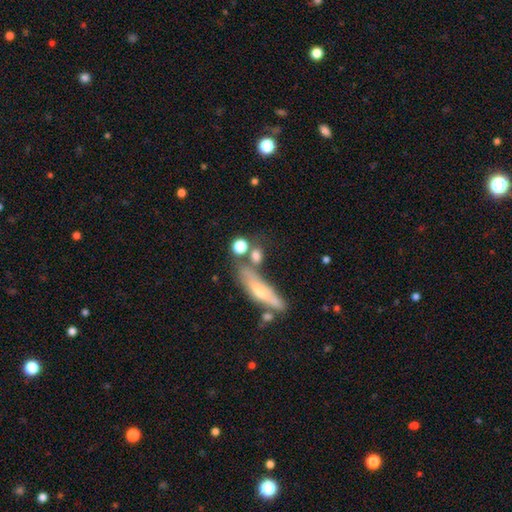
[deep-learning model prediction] A smooth galaxy with no disk features (70%) that is round (55%).

Vote fractions:
- Smooth or featured? smooth: 70% / featured or disk: 19% / star or artifact: 11%
- How rounded? round: 55% / in between: 26% / cigar-shaped: 19%
- Merging? none: 57% / merger: 24% / minor disturbance: 13% / major disturbance: 6%